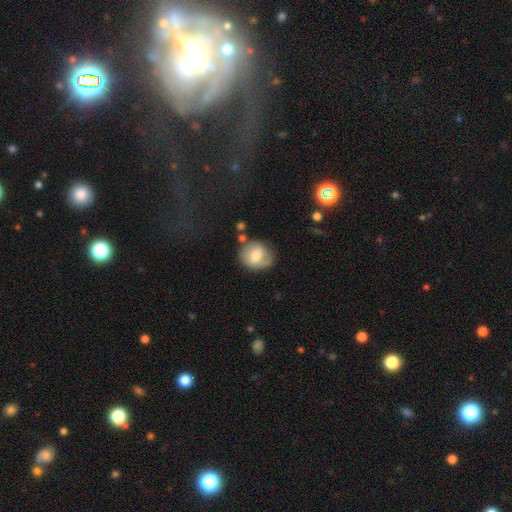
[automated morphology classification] smooth 63%, featured or disk 29%, star or artifact 8%. Down the decision tree: how rounded — round (71%); merging — none (64%).